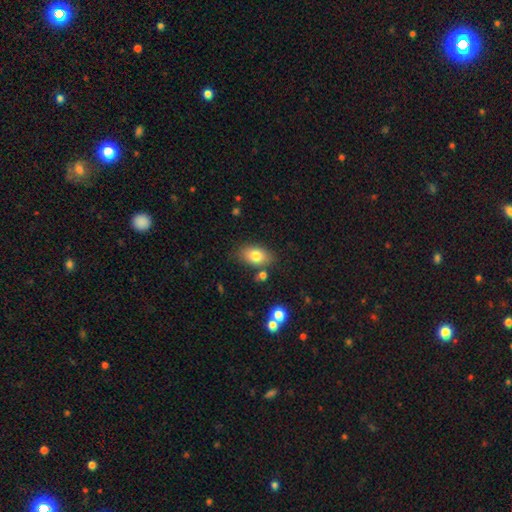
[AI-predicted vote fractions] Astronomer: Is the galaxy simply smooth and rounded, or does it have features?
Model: smooth — 80%.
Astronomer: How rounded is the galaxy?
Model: in between — 88%.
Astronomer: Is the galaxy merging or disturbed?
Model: none — 77%.